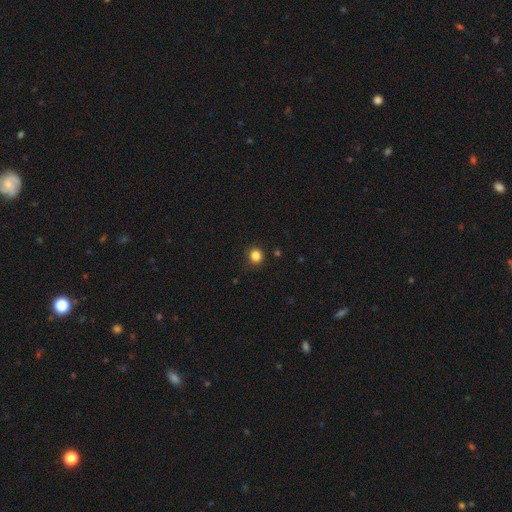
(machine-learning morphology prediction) Q: Smooth or featured?
A: smooth (84%); runner-up: star or artifact (12%)
Q: How rounded?
A: round (91%); runner-up: in between (8%)
Q: Merging?
A: none (91%); runner-up: minor disturbance (6%)